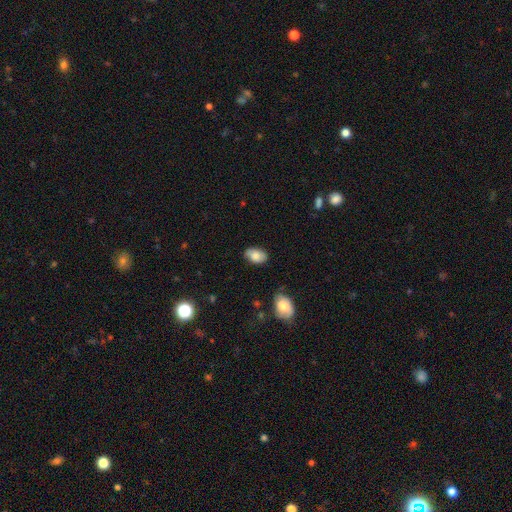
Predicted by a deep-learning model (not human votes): This appears to be a smooth galaxy with no disk features (81%) that is in between round and cigar-shaped (91%). Merging: none (79%).